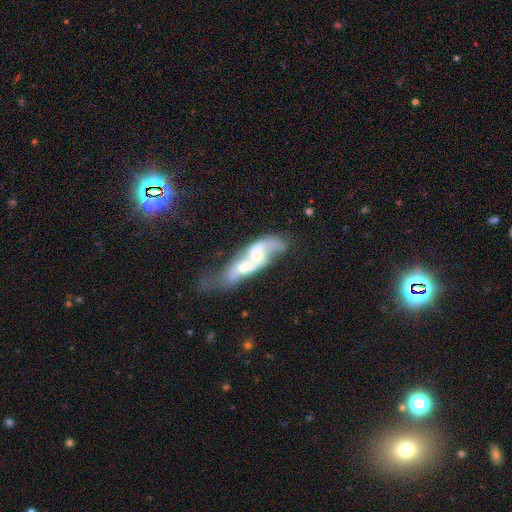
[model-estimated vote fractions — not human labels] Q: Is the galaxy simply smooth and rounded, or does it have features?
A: featured or disk — 67%.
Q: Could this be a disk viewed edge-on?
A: no — 89%.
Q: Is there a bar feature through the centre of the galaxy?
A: no — 67%.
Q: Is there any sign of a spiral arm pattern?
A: yes — 60%.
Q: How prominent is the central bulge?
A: moderate — 43%.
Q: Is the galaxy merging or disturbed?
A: merger — 60%.